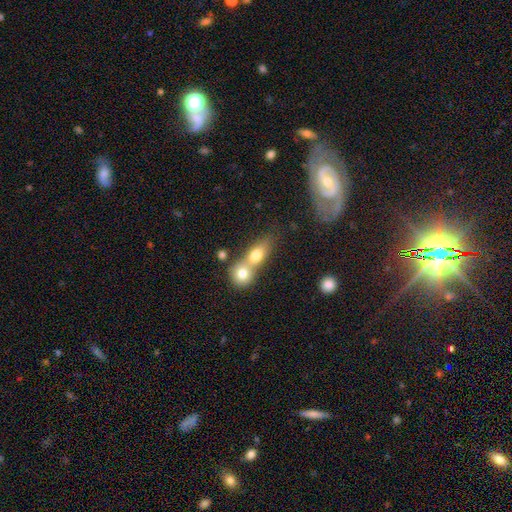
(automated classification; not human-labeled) smooth_or_featured: smooth (p=0.69) [alt: featured or disk p=0.21]
how_rounded: in between (p=0.47) [alt: round p=0.45]
merging: merger (p=0.64) [alt: none p=0.24]